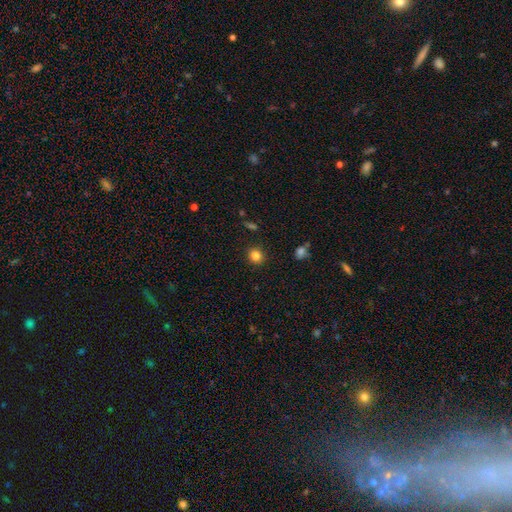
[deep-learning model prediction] smooth 84%, star or artifact 12%, featured or disk 5%. Down the decision tree: how rounded — round (85%); merging — none (90%).